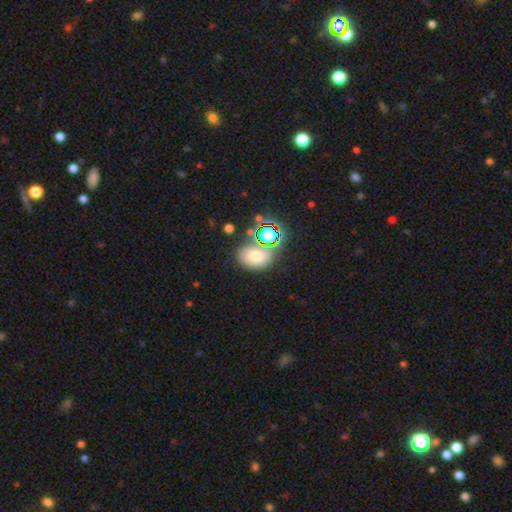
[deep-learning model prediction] smooth_or_featured: smooth (p=0.61) [alt: star or artifact p=0.28]
how_rounded: in between (p=0.68) [alt: round p=0.31]
merging: none (p=0.65) [alt: merger p=0.15]